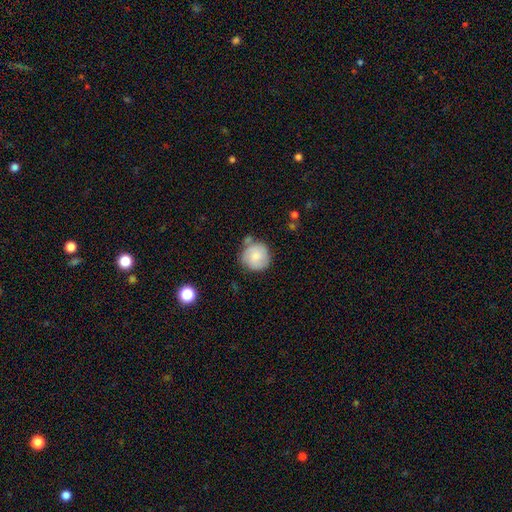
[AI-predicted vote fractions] Q: Smooth or featured?
A: smooth (75%); runner-up: featured or disk (18%)
Q: How rounded?
A: round (92%); runner-up: in between (7%)
Q: Merging?
A: none (67%); runner-up: minor disturbance (19%)